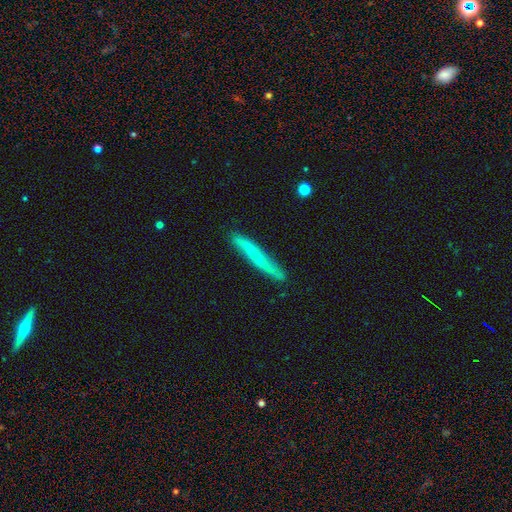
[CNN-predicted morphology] The model was most divided on "smooth or featured" (2-way tie): smooth: 47%, featured or disk: 47%, star or artifact: 6%. More confident: merging — none (82%).